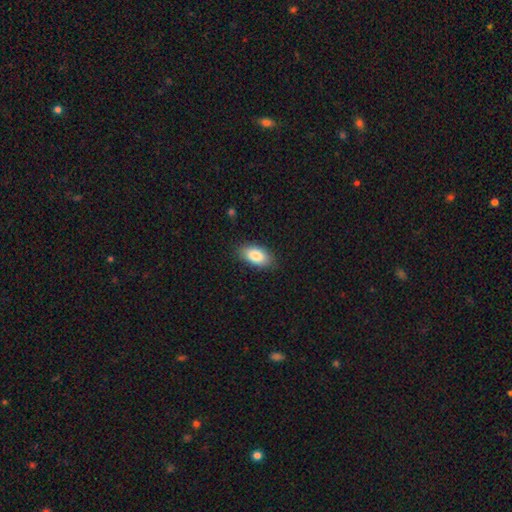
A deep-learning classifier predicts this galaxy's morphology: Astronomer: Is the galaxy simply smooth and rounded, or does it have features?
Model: smooth — 85%.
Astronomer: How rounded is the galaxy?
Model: in between — 93%.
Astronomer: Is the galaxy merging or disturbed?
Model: none — 86%.